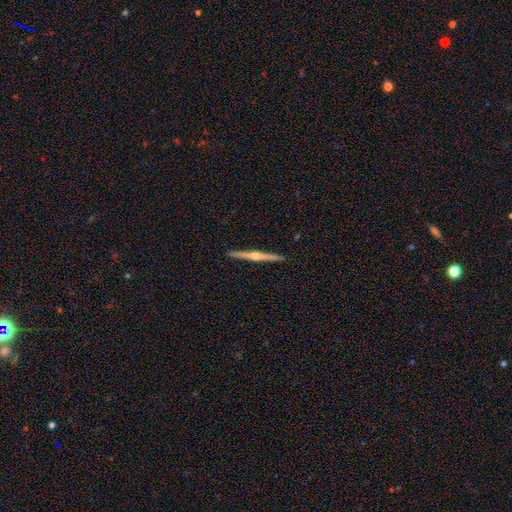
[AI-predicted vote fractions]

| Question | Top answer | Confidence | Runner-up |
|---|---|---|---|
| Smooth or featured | featured or disk | 78% | smooth (17%) |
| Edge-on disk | yes | 99% | no (1%) |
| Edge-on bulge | rounded | 85% | none (8%) |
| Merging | none | 93% | minor disturbance (5%) |